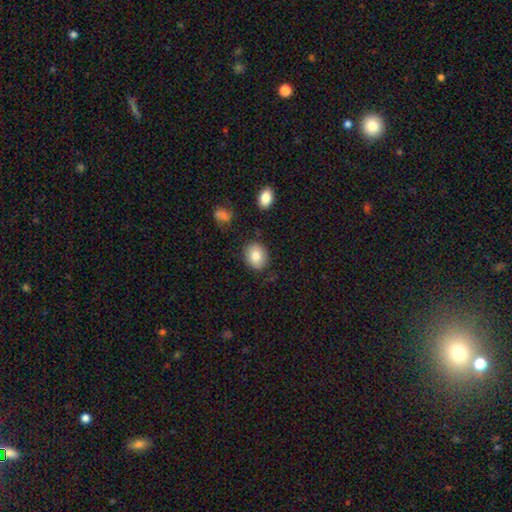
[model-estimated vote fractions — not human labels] Smooth or featured: smooth — 84% (featured or disk — 8%)
How rounded: in between — 50% (round — 49%)
Merging: none — 82% (minor disturbance — 12%)